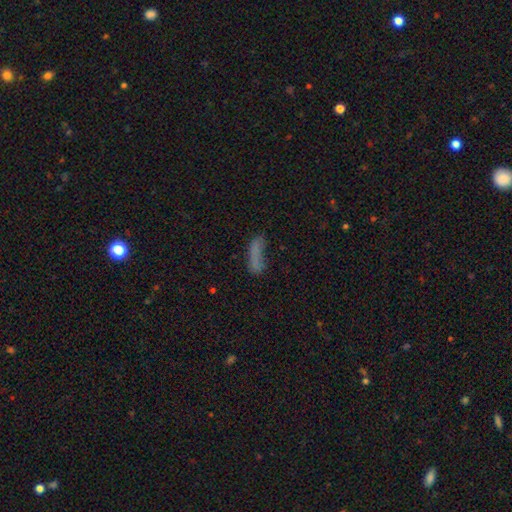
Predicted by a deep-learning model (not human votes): Smooth or featured: smooth — 69% (featured or disk — 16%)
How rounded: cigar-shaped — 61% (in between — 36%)
Merging: none — 53% (minor disturbance — 23%)